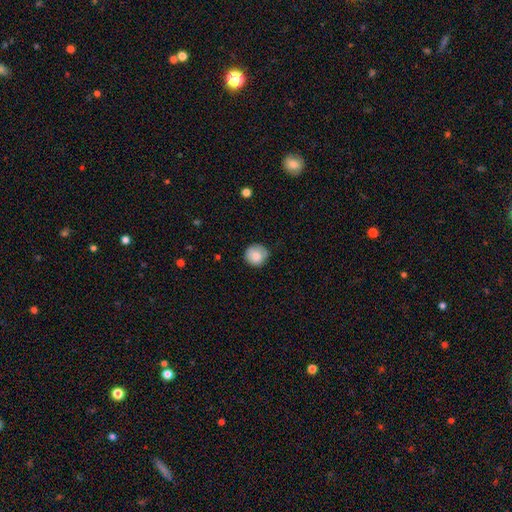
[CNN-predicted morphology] A smooth galaxy with no disk features (83%) that is round (92%). Merging: none (80%).